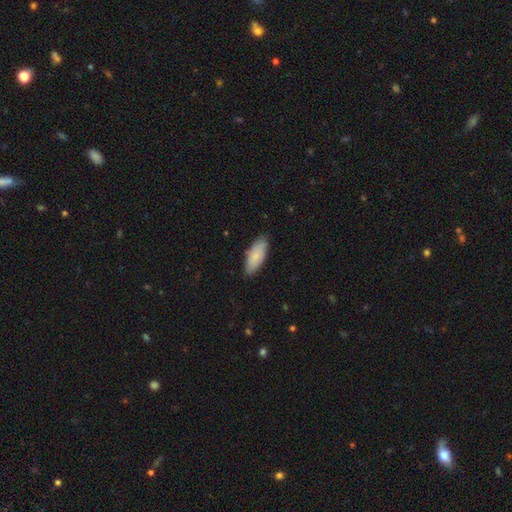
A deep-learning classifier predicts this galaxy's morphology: smooth-or-featured: smooth: 83% | featured or disk: 12% | star or artifact: 5%
  how-rounded: in between: 80% | cigar-shaped: 18% | round: 2%
  merging: none: 82% | minor disturbance: 14% | major disturbance: 2% | merger: 1%